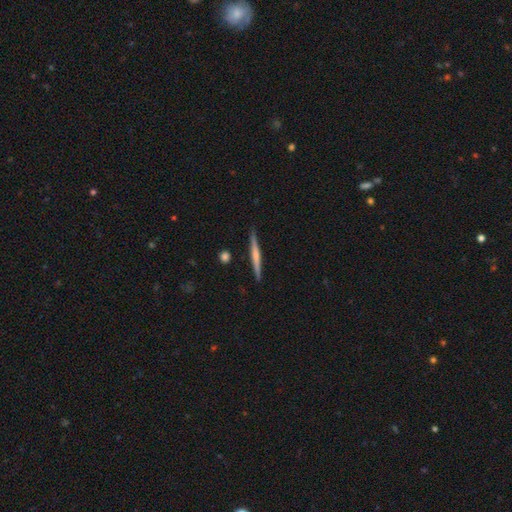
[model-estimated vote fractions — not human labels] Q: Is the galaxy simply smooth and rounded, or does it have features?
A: featured or disk — 56%.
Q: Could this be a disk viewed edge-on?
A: yes — 98%.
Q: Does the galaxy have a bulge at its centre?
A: rounded — 45%.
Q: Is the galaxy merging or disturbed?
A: none — 90%.